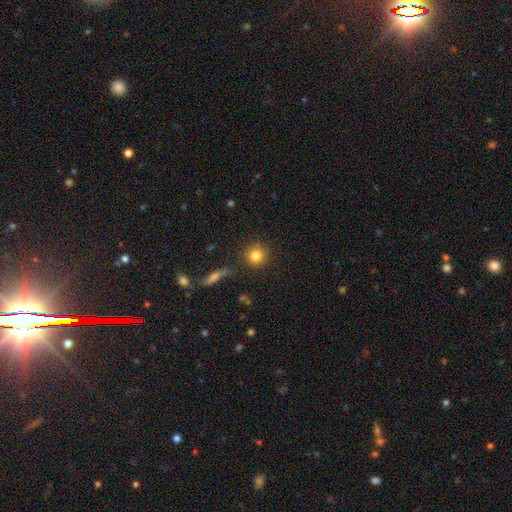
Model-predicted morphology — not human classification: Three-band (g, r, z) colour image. It shows a smooth galaxy with no disk features (82%) that is round (92%). Merging: none (87%).